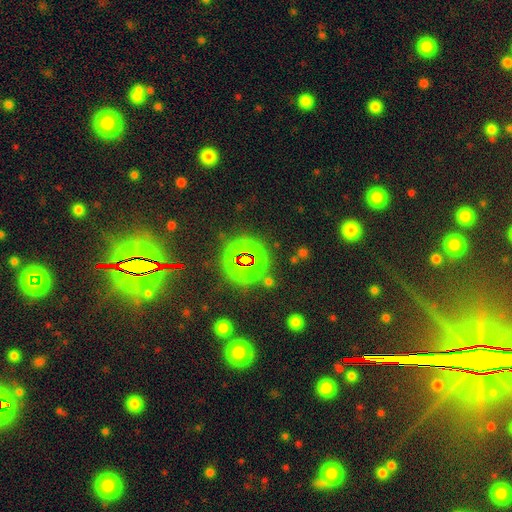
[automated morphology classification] type=star or artifact (81%).